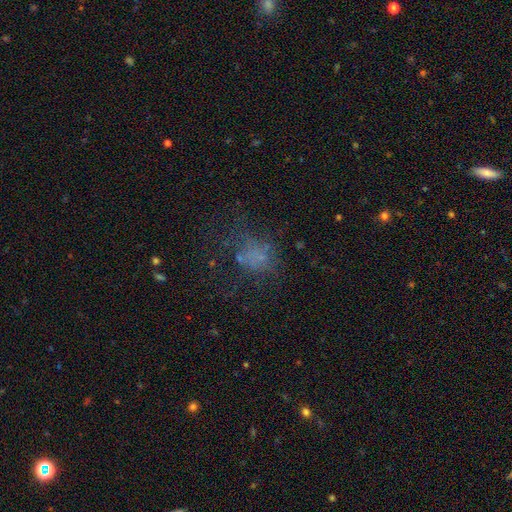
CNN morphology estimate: smooth-or-featured: smooth: 46% | star or artifact: 28% | featured or disk: 26%
  merging: none: 47% | major disturbance: 29% | minor disturbance: 19% | merger: 5%